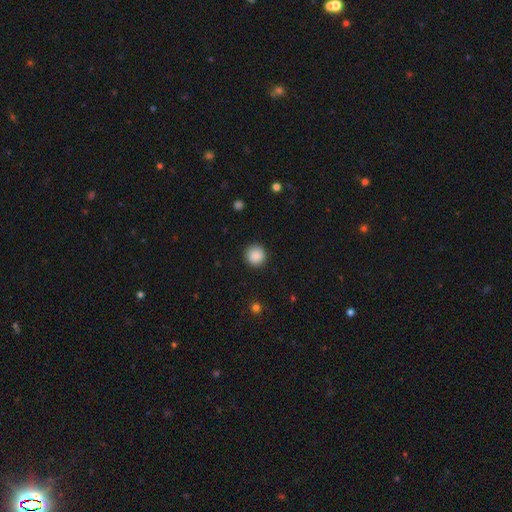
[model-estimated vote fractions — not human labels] A smooth galaxy with no disk features (88%) that is round (95%).

Vote fractions:
- Smooth or featured? smooth: 88% / star or artifact: 9% / featured or disk: 3%
- How rounded? round: 95% / in between: 4% / cigar-shaped: 1%
- Merging? none: 91% / minor disturbance: 6% / major disturbance: 2% / merger: 1%